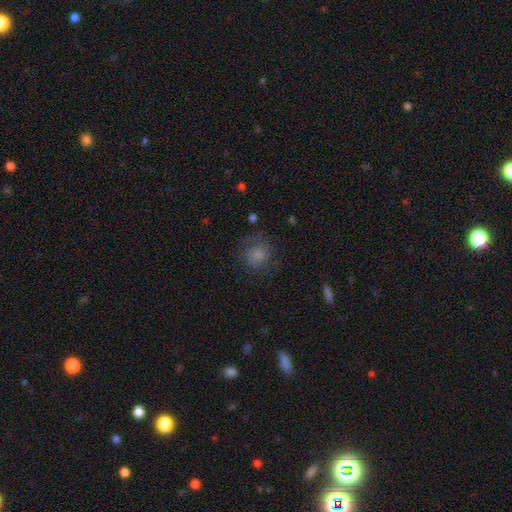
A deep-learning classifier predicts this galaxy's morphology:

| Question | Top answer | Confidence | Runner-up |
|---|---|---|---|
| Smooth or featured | smooth | 68% | featured or disk (19%) |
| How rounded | round | 84% | in between (15%) |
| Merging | none | 69% | minor disturbance (18%) |